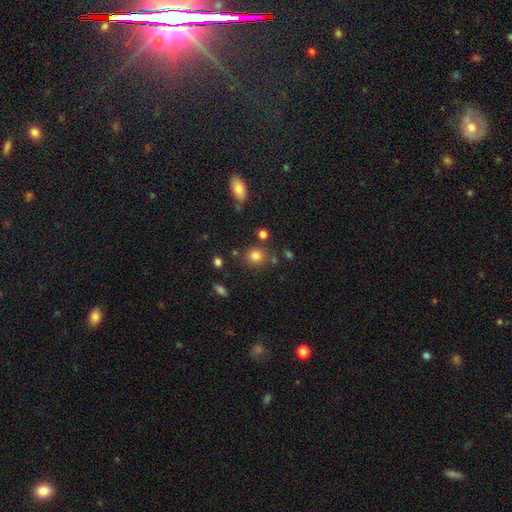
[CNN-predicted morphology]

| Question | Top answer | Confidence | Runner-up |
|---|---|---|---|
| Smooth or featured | smooth | 81% | star or artifact (13%) |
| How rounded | round | 80% | in between (19%) |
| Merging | none | 78% | minor disturbance (10%) |